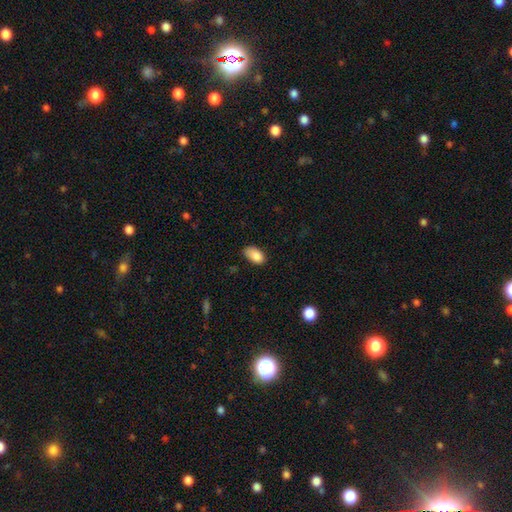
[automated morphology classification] Smooth or featured? smooth (87%)
How rounded? in between (93%)
Merging? none (68%)